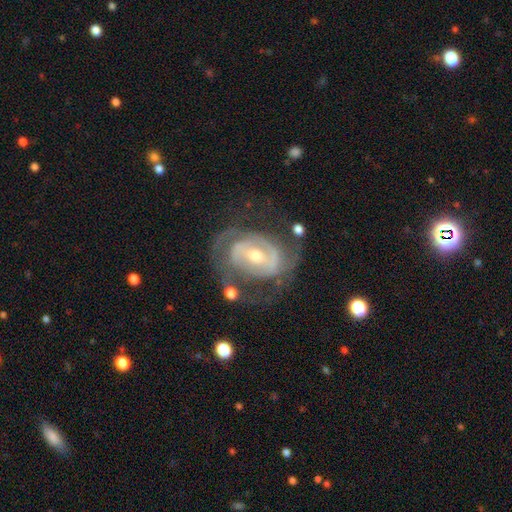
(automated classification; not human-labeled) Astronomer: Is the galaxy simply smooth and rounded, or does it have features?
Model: featured or disk — 86%.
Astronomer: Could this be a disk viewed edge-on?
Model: no — 97%.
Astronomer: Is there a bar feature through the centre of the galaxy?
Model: weak — 44% (runner-up: no, 31%).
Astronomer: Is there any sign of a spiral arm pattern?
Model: yes — 88%.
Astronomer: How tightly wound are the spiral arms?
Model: tight — 56% (runner-up: medium, 33%).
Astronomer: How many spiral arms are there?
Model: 2 — 53%.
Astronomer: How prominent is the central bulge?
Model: moderate — 59% (runner-up: small, 35%).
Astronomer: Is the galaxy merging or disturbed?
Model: none — 60%.